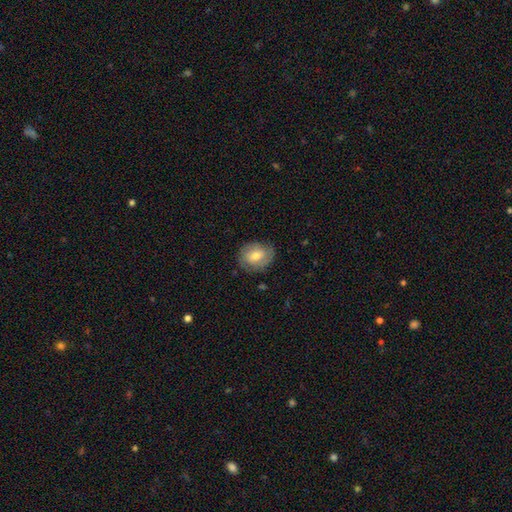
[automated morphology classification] Smooth or featured? Predicted: smooth (p=0.60). How rounded? Predicted: round (p=0.54). Merging? Predicted: none (p=0.75).